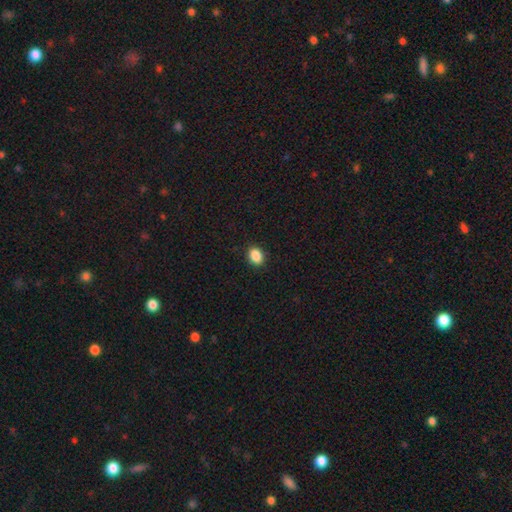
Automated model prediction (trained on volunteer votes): Morphology: type=smooth (88%); roundness=in between (72%); merging=none (90%).